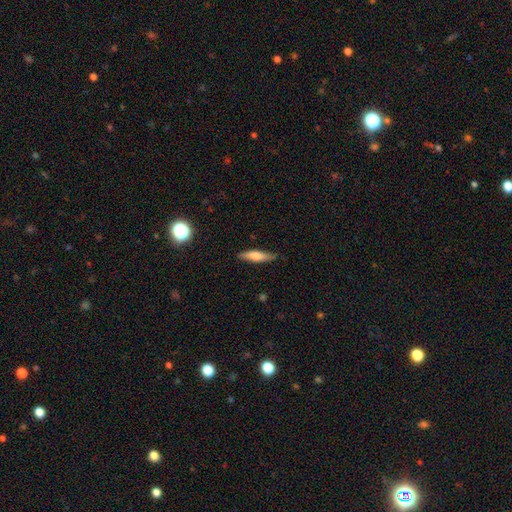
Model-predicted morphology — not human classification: Q: Smooth or featured?
A: smooth (66%); runner-up: featured or disk (27%)
Q: How rounded?
A: cigar-shaped (77%); runner-up: in between (21%)
Q: Merging?
A: none (84%); runner-up: minor disturbance (13%)